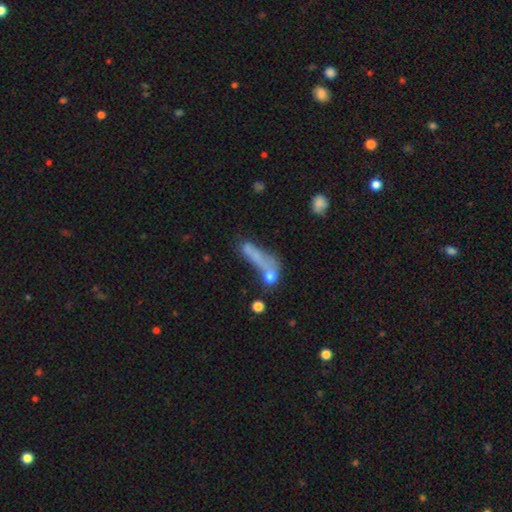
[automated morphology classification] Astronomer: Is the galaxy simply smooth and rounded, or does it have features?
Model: smooth — 56%.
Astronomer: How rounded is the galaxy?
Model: cigar-shaped — 64%.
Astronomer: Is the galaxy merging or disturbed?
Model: none — 30% (runner-up: merger, 27%).